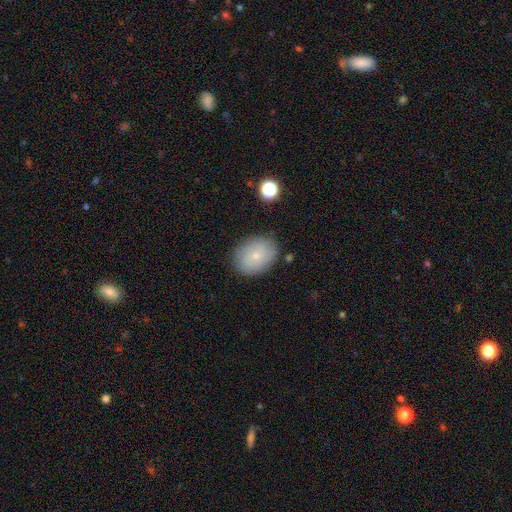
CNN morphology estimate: This appears to be a smooth galaxy with no disk features (73%) that is in between round and cigar-shaped (63%). Merging: none (80%).